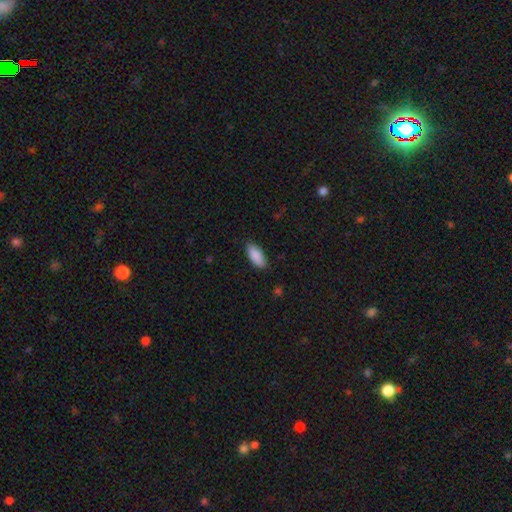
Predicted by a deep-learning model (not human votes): This appears to be a smooth galaxy with no disk features (90%) that is in between round and cigar-shaped (88%). Merging: none (85%).